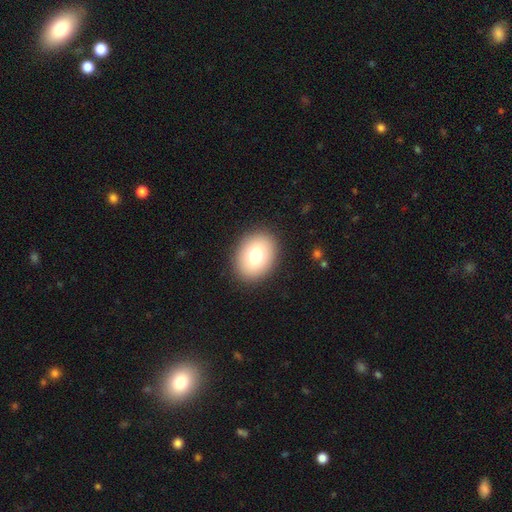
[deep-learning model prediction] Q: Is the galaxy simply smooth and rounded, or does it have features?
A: smooth — 76%.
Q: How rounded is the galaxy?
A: in between — 64%.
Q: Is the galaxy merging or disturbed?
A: none — 90%.